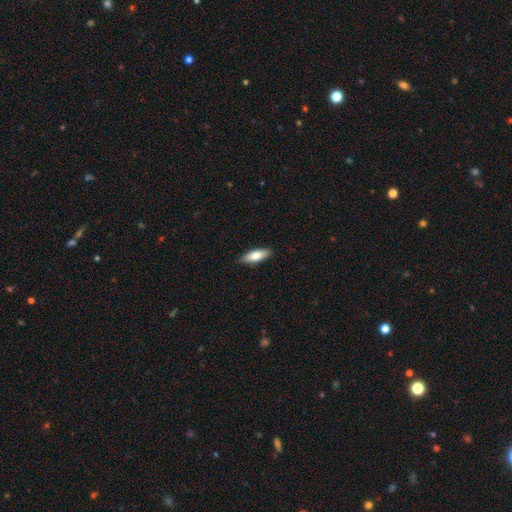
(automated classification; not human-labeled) Morphology: type=smooth (72%); roundness=in between (59%); merging=none (88%).